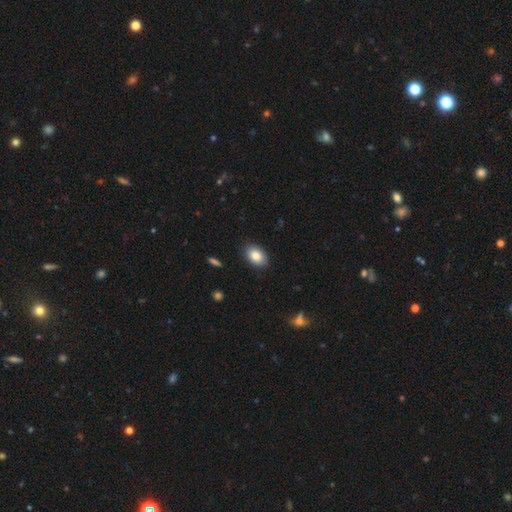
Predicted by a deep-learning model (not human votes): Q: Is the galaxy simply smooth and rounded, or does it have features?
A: smooth — 85%.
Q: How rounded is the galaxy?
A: in between — 85%.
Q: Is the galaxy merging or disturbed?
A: none — 88%.